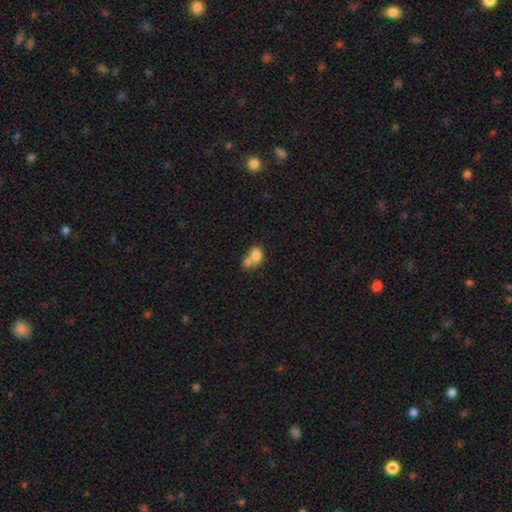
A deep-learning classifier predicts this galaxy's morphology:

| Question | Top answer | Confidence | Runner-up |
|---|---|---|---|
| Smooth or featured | smooth | 75% | featured or disk (15%) |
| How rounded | in between | 55% | round (44%) |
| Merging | merger | 62% | none (23%) |